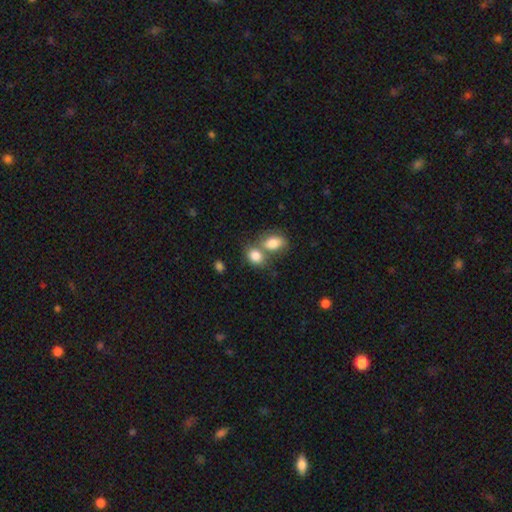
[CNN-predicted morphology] This appears to be a smooth galaxy with no disk features (82%) that is in between round and cigar-shaped (64%). Merging: merger (55%).